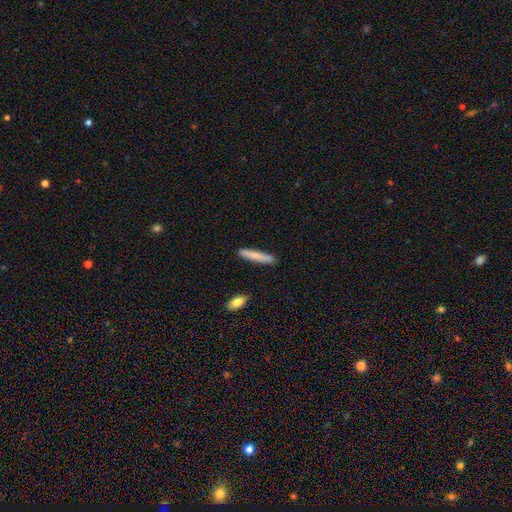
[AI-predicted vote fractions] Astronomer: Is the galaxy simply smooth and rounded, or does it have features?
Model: smooth — 78%.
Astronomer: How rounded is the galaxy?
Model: cigar-shaped — 93%.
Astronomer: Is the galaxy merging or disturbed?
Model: none — 90%.